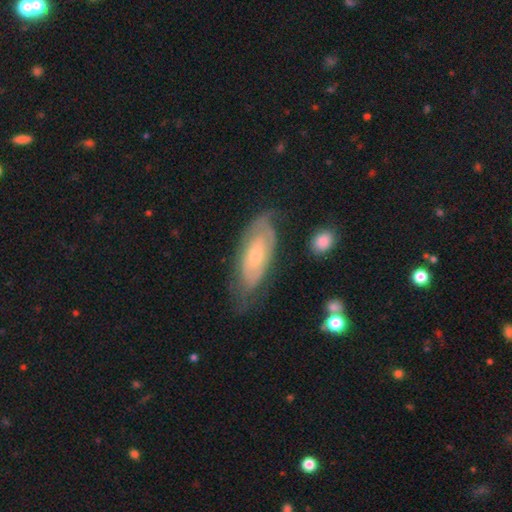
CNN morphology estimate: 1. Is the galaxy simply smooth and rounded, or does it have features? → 68% featured or disk, 26% smooth, 6% star or artifact.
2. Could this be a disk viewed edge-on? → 86% no, 14% yes.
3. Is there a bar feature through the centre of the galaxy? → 72% no, 23% weak, 5% strong.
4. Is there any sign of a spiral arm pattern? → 76% yes, 24% no.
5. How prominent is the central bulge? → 55% small, 40% moderate, 2% large, 2% none, 1% dominant.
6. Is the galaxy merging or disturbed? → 64% none, 25% minor disturbance, 9% major disturbance, 2% merger.